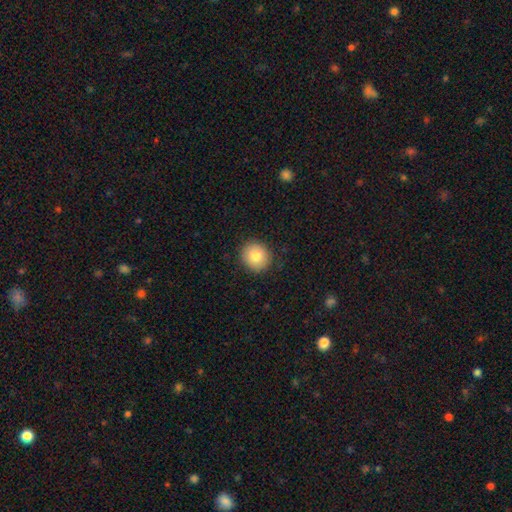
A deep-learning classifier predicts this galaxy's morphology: Smooth or featured: smooth — 82% (featured or disk — 10%)
How rounded: round — 88% (in between — 11%)
Merging: none — 87% (minor disturbance — 9%)